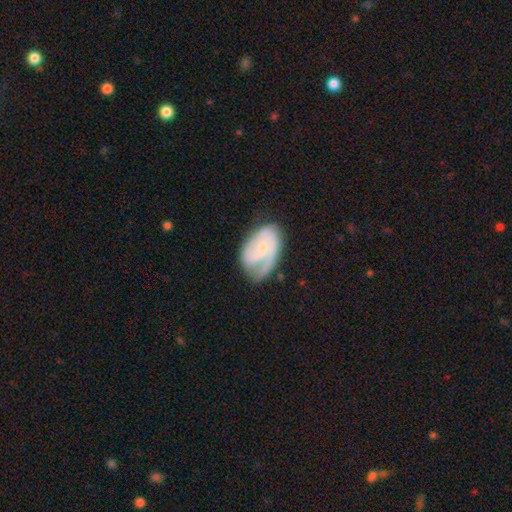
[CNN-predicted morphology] Smooth or featured? featured or disk (68%)
Edge-on disk? no (97%)
Bar? no (59%)
Spiral arms? yes (88%)
Spiral winding? tight (43%)
Spiral arm count? 1 (36%, tied with 2)
Bulge size? small (61%)
Merging? none (53%)